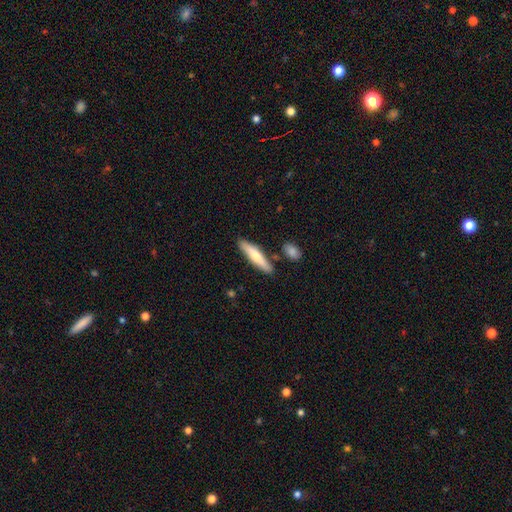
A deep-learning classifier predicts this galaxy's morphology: Overall: smooth (62%; featured or disk 33%). How rounded: cigar-shaped (79%). Merging: none (84%).